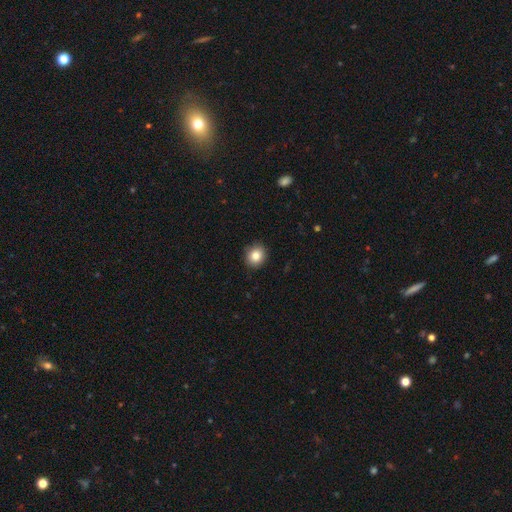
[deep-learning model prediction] This appears to be a smooth galaxy with no disk features (83%) that is round (81%). Merging: none (89%).